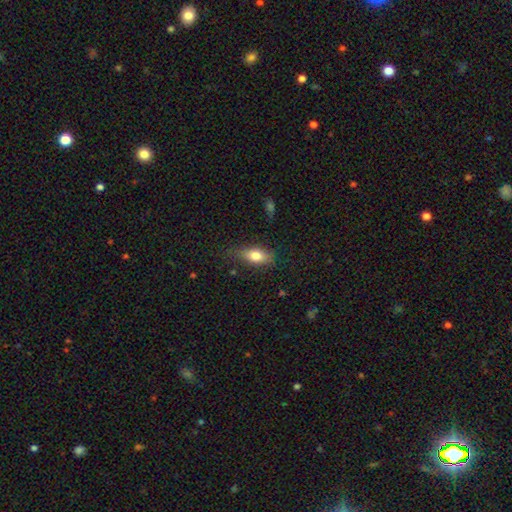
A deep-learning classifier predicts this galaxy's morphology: type=smooth (77%); roundness=in between (80%); merging=none (73%).